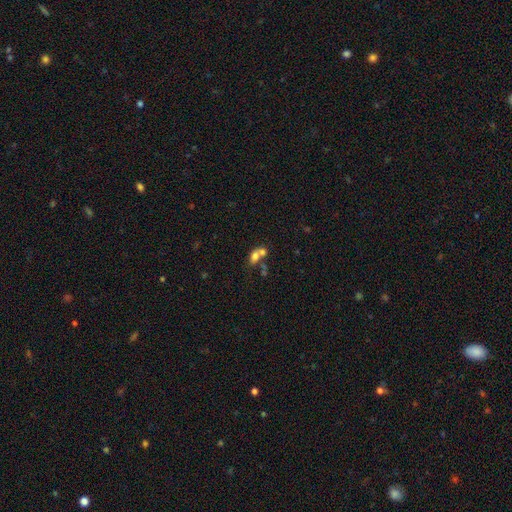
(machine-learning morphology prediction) smooth-or-featured: smooth: 67% | featured or disk: 20% | star or artifact: 13%
  how-rounded: in between: 70% | round: 27% | cigar-shaped: 3%
  merging: merger: 62% | none: 24% | minor disturbance: 8% | major disturbance: 6%